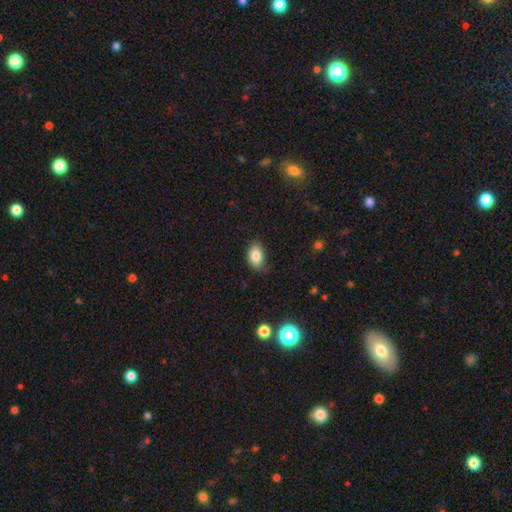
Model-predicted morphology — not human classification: This is clearly a smooth galaxy (83%). How rounded: clearly in between (88%). Merging: likely none (74%).